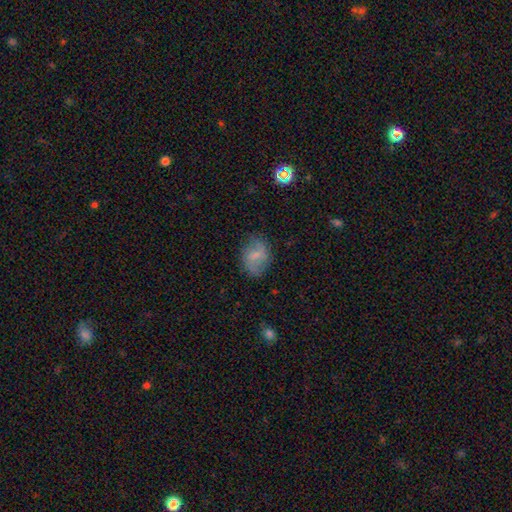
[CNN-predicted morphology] smooth_or_featured: smooth (p=0.55) [alt: featured or disk p=0.37]
how_rounded: in between (p=0.69) [alt: round p=0.29]
merging: none (p=0.73) [alt: minor disturbance p=0.19]